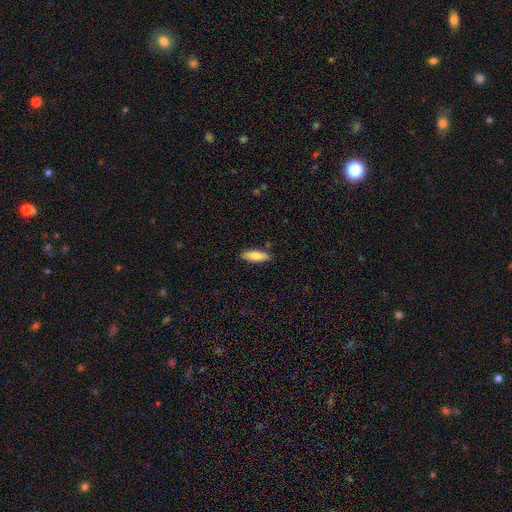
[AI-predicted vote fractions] smooth 82%, featured or disk 12%, star or artifact 6%. Down the decision tree: how rounded — in between (59%); merging — none (86%).